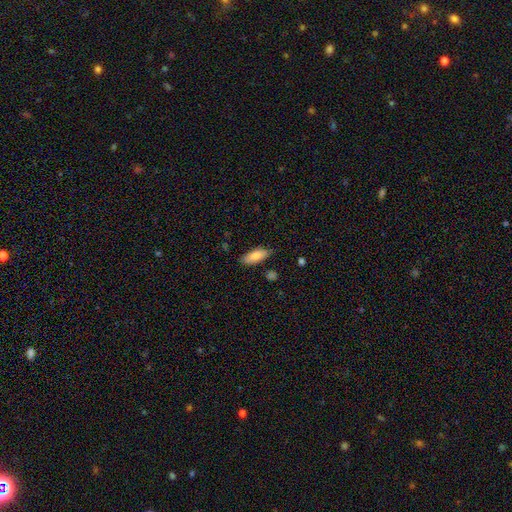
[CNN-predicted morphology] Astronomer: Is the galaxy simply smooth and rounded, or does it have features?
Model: smooth — 84%.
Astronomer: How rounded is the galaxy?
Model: in between — 78%.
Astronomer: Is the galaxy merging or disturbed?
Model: none — 81%.